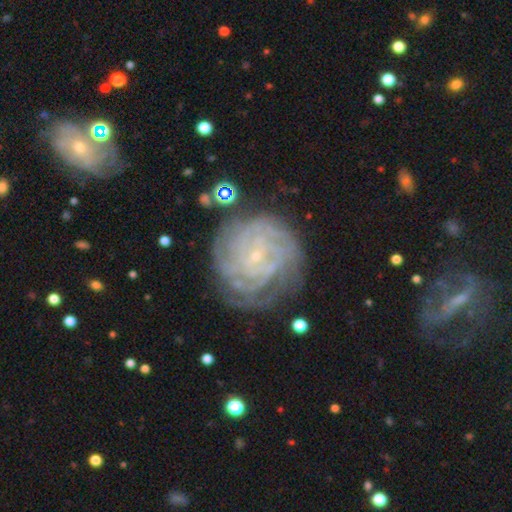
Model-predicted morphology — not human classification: smooth_or_featured: featured or disk (p=0.82) [alt: smooth p=0.10]
disk_edge_on: no (p=0.97) [alt: yes p=0.03]
bar: no (p=0.68) [alt: weak p=0.25]
has_spiral_arms: yes (p=0.94) [alt: no p=0.06]
spiral_winding: tight (p=0.81) [alt: medium p=0.15]
spiral_arm_count: can't tell (p=0.37) [alt: 4 p=0.20]
bulge_size: small (p=0.88) [alt: moderate p=0.06]
merging: none (p=0.71) [alt: minor disturbance p=0.18]